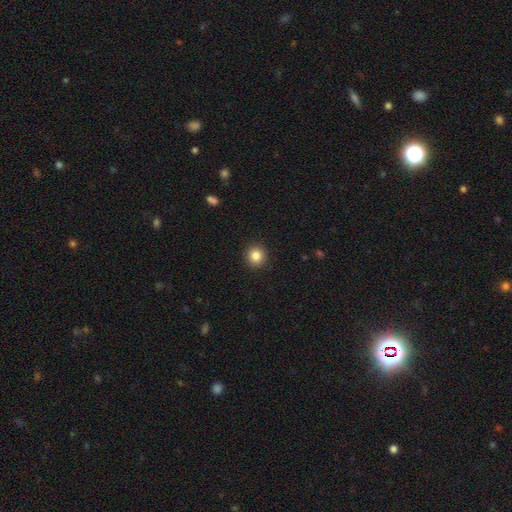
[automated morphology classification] Smooth or featured?
  - smooth: 85% *
  - star or artifact: 10%
  - featured or disk: 4%
How rounded?
  - round: 92% *
  - in between: 7%
  - cigar-shaped: 1%
Merging?
  - none: 92% *
  - minor disturbance: 5%
  - major disturbance: 2%
  - merger: 1%